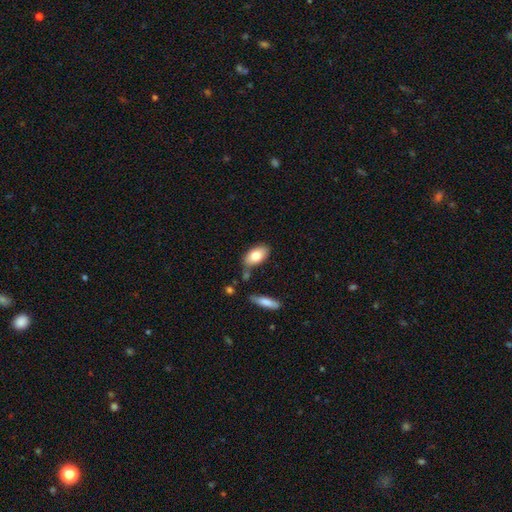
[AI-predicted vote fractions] Morphology: type=smooth (77%); roundness=in between (92%); merging=none (73%).